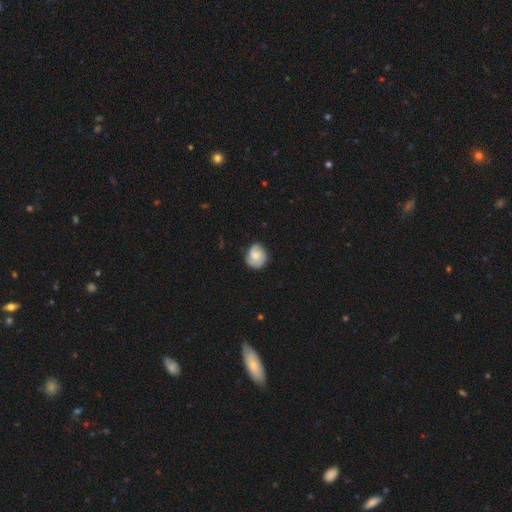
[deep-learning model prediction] Smooth or featured?
  - smooth: 52% *
  - featured or disk: 40%
  - star or artifact: 7%
How rounded?
  - round: 73% *
  - in between: 26%
  - cigar-shaped: 1%
Merging?
  - none: 70% *
  - minor disturbance: 23%
  - major disturbance: 6%
  - merger: 1%